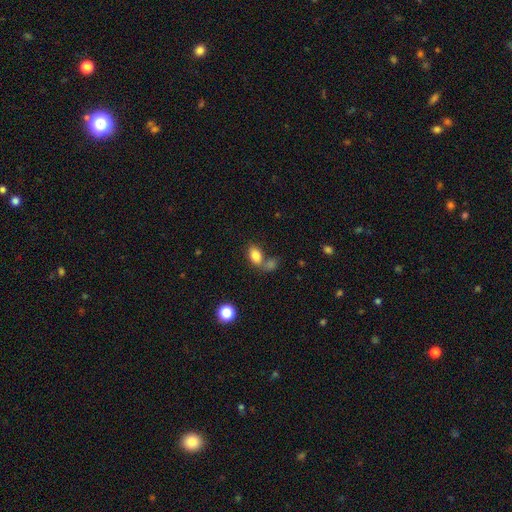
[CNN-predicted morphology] This is clearly a smooth galaxy (83%). How rounded: clearly in between (86%). Merging: possibly none (46%).